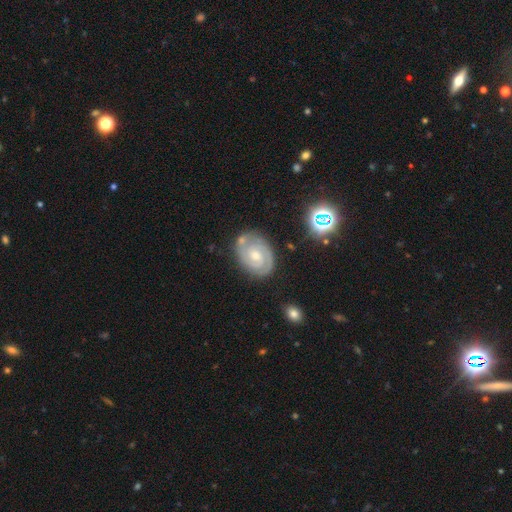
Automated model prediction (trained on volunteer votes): This is clearly a featured or disk galaxy (84%). It is clearly not viewed edge-on (97%). Bar: possibly no (60%). Spiral arm pattern: clearly yes (96%). Spiral arm count: likely 2 (78%). Spiral winding: likely tight (70%). Central bulge: possibly moderate (51%). Merging: likely none (77%).